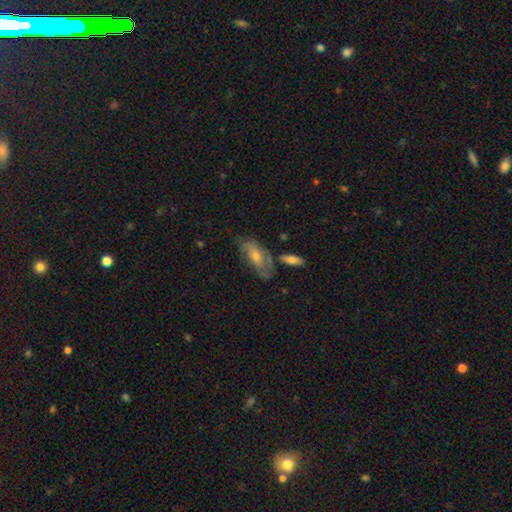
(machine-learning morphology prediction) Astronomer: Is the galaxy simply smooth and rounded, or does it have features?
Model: featured or disk — 50% (runner-up: smooth, 41%).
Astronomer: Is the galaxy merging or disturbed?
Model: none — 56%.